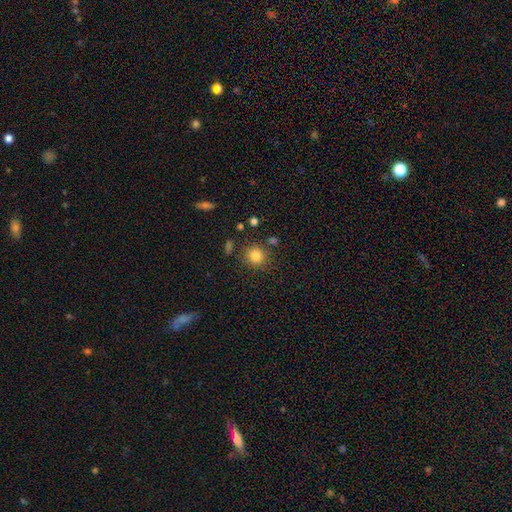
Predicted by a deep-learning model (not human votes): This is clearly a smooth galaxy (83%). How rounded: clearly round (86%). Merging: clearly none (80%).